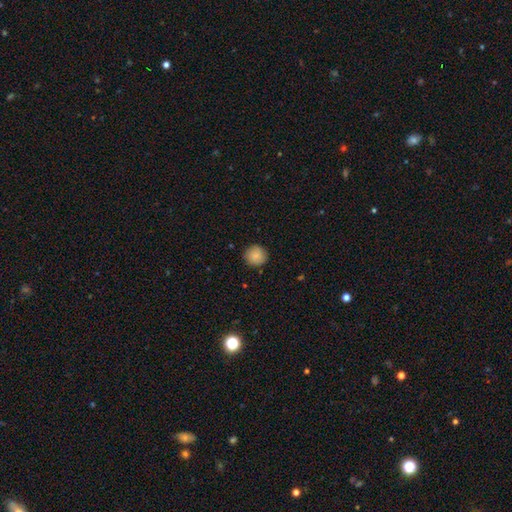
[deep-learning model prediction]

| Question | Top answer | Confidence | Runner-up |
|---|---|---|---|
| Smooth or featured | smooth | 87% | star or artifact (8%) |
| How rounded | round | 93% | in between (6%) |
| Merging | none | 89% | minor disturbance (8%) |